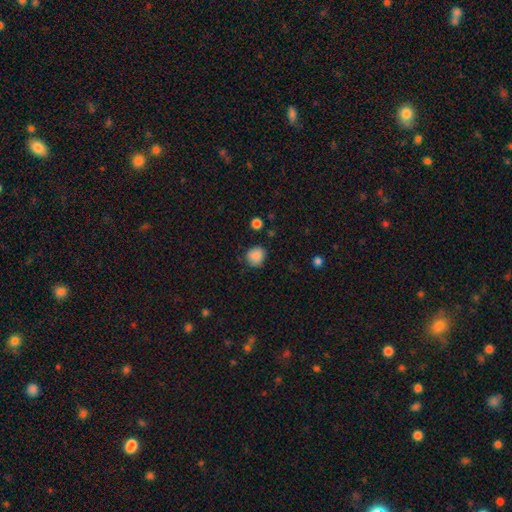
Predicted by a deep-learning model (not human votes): smooth-or-featured: smooth: 86% | star or artifact: 10% | featured or disk: 4%
  how-rounded: round: 80% | in between: 19% | cigar-shaped: 1%
  merging: none: 77% | minor disturbance: 17% | major disturbance: 4% | merger: 2%